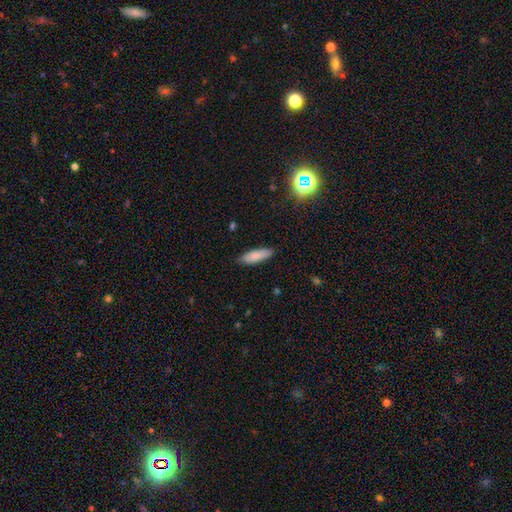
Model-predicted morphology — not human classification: type=smooth (84%); roundness=in between (50%); merging=none (84%).